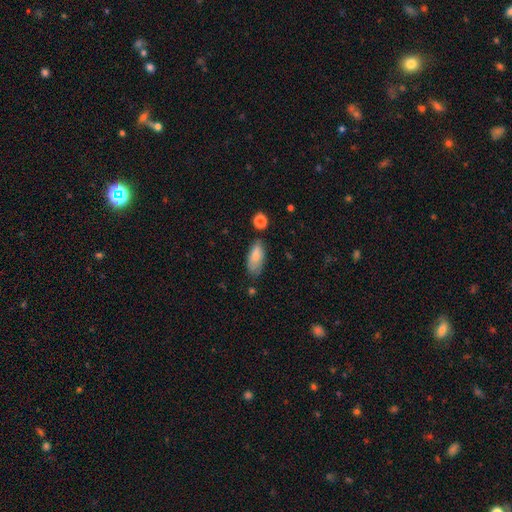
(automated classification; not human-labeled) Smooth or featured? Predicted: smooth (p=0.84). How rounded? Predicted: in between (p=0.85). Merging? Predicted: none (p=0.60).